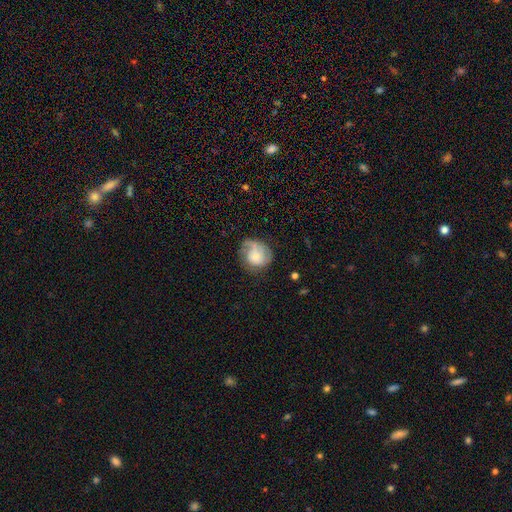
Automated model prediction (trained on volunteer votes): smooth_or_featured: featured or disk (p=0.53) [alt: smooth p=0.40]
disk_edge_on: no (p=0.97) [alt: yes p=0.03]
bar: no (p=0.76) [alt: weak p=0.21]
has_spiral_arms: yes (p=0.82) [alt: no p=0.18]
bulge_size: small (p=0.57) [alt: moderate p=0.32]
merging: none (p=0.53) [alt: minor disturbance p=0.26]